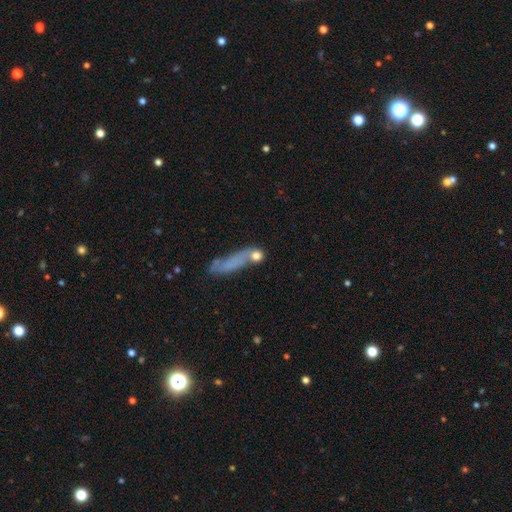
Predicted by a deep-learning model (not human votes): Smooth or featured: smooth — 71% (featured or disk — 18%)
How rounded: round — 52% (in between — 25%)
Merging: none — 39% (merger — 30%)